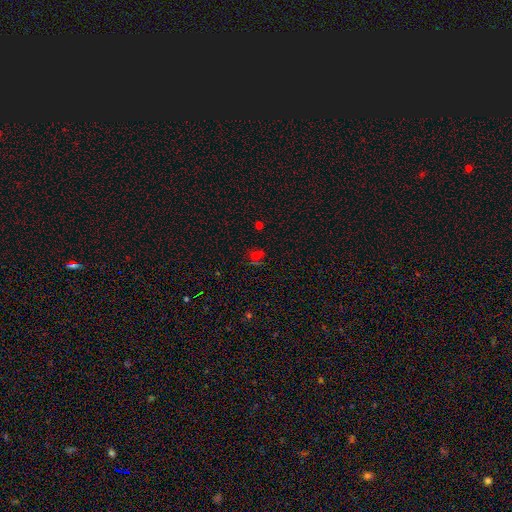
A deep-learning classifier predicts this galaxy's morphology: Smooth or featured? Predicted: smooth (p=0.46). Merging? Predicted: none (p=0.69).